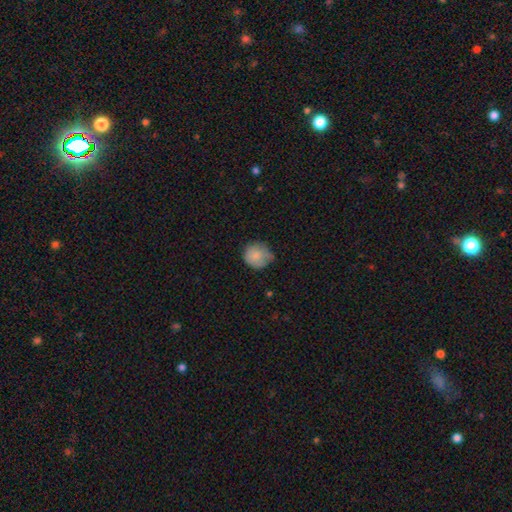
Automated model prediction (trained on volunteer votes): Overall: smooth (82%). How rounded: round (89%). Merging: none (58%; minor disturbance 33%).